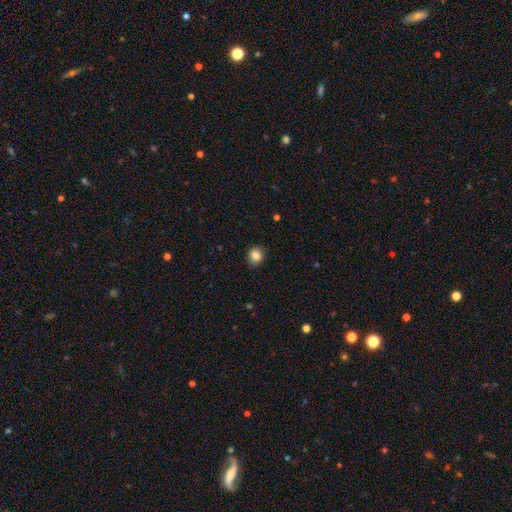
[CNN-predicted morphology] Smooth or featured: smooth — 83% (star or artifact — 10%)
How rounded: round — 79% (in between — 20%)
Merging: none — 89% (minor disturbance — 8%)